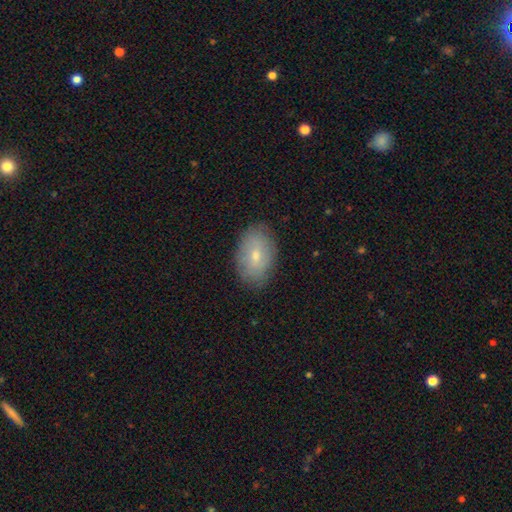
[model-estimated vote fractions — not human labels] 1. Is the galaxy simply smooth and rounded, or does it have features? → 67% smooth, 25% featured or disk, 8% star or artifact.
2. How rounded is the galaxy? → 89% in between, 10% round, 1% cigar-shaped.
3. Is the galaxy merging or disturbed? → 82% none, 14% minor disturbance, 3% major disturbance, 1% merger.